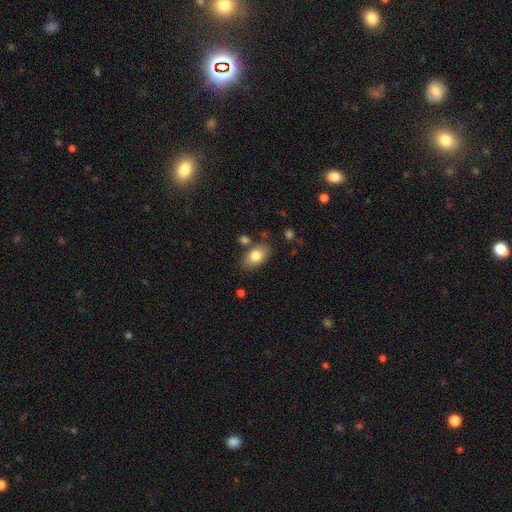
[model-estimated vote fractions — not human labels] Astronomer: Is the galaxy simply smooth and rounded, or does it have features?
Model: smooth — 80%.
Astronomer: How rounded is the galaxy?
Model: in between — 89%.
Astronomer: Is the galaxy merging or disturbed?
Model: none — 79%.